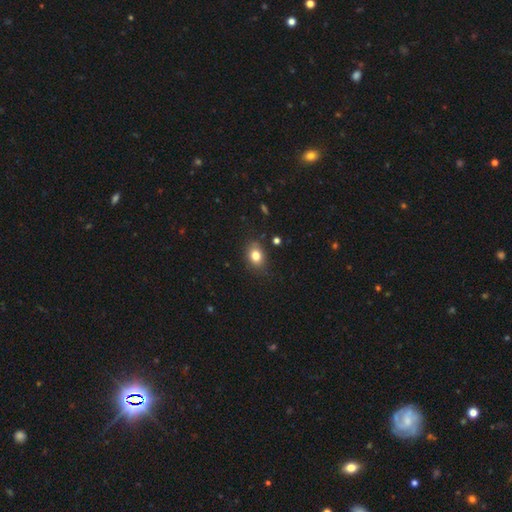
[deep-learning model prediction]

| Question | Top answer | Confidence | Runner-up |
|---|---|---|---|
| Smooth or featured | smooth | 81% | star or artifact (10%) |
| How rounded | in between | 60% | round (38%) |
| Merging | none | 78% | minor disturbance (16%) |